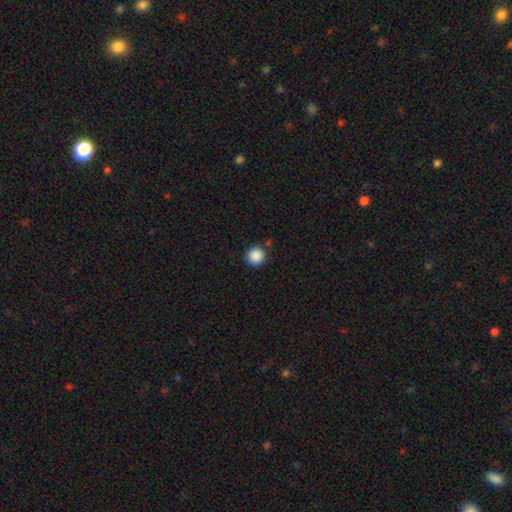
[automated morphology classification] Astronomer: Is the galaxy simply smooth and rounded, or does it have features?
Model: smooth — 88%.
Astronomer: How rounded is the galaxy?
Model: round — 95%.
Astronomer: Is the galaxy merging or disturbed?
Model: none — 86%.